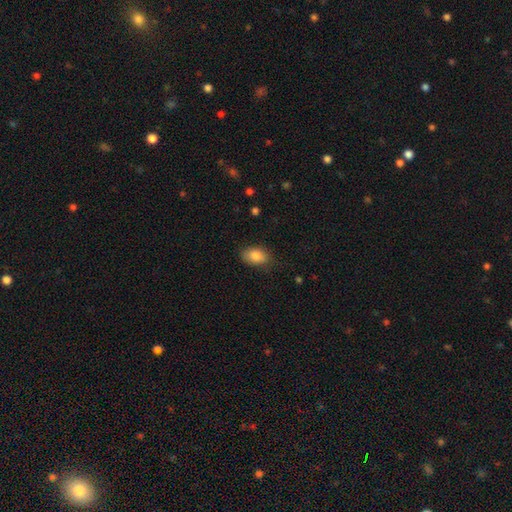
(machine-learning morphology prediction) This appears to be a smooth galaxy with no disk features (85%) that is in between round and cigar-shaped (87%). Merging: none (79%).